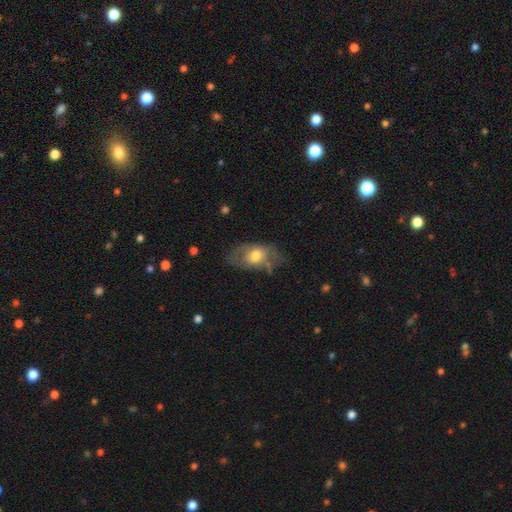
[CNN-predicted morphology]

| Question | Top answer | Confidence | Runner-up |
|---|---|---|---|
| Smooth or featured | smooth | 52% | featured or disk (41%) |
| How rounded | in between | 86% | round (12%) |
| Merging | none | 46% | minor disturbance (31%) |